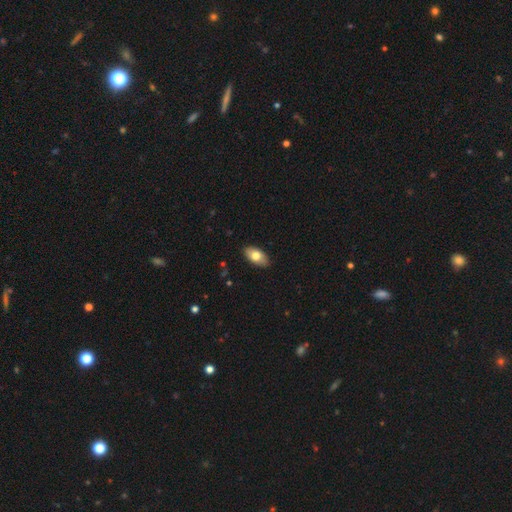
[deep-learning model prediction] Overall: smooth (74%). How rounded: in between (93%). Merging: none (88%).